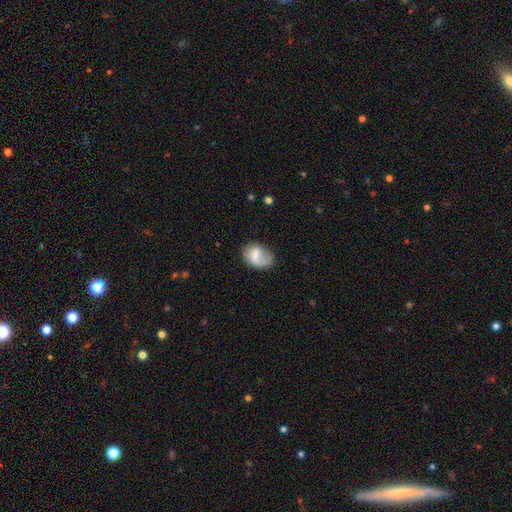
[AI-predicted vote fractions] Smooth or featured?
  - smooth: 64% *
  - featured or disk: 28%
  - star or artifact: 8%
How rounded?
  - in between: 74% *
  - round: 25%
  - cigar-shaped: 1%
Merging?
  - none: 43% *
  - minor disturbance: 30%
  - major disturbance: 24%
  - merger: 3%